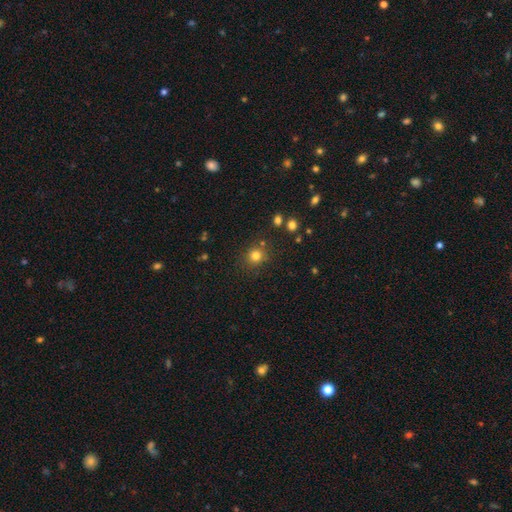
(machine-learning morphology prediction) smooth_or_featured: smooth (p=0.79) [alt: star or artifact p=0.15]
how_rounded: round (p=0.88) [alt: in between p=0.11]
merging: none (p=0.81) [alt: minor disturbance p=0.10]